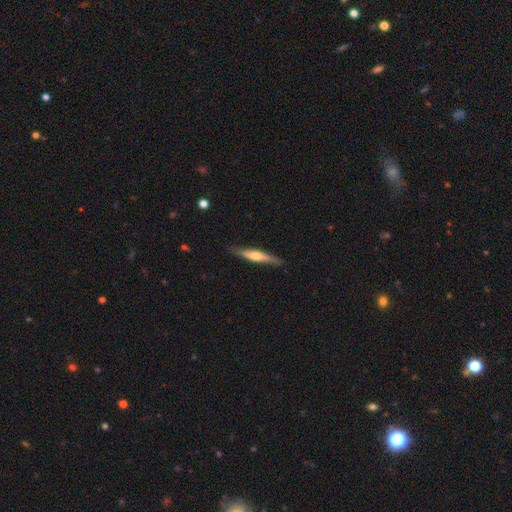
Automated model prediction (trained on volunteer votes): A featured or disk galaxy (57%) viewed edge-on (93%) with a rounded central bulge (82%).

Vote fractions:
- Smooth or featured? featured or disk: 57% / smooth: 38% / star or artifact: 5%
- Edge-on disk? yes: 93% / no: 7%
- Edge-on bulge? rounded: 82% / boxy: 9% / none: 9%
- Merging? none: 83% / minor disturbance: 13% / major disturbance: 2% / merger: 1%